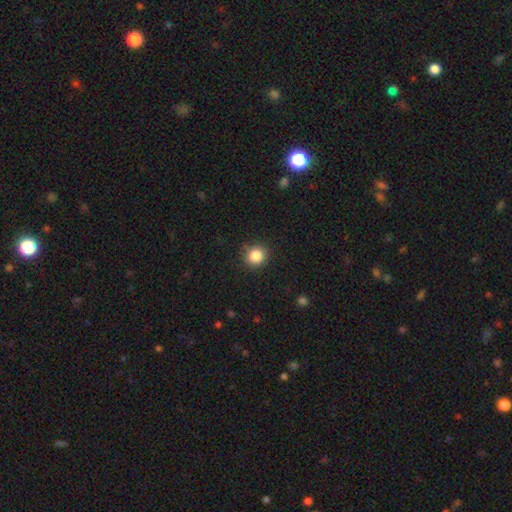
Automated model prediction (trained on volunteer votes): The model was most divided on "smooth or featured": smooth: 86%, star or artifact: 10%, featured or disk: 4%. More confident: how rounded — round (89%); merging — none (89%).